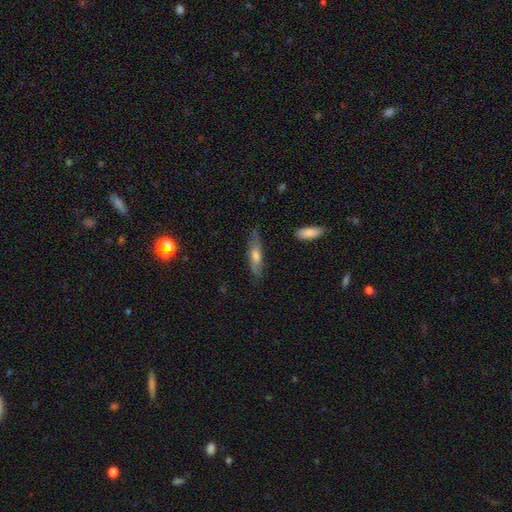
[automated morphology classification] smooth-or-featured: smooth: 49% | featured or disk: 43% | star or artifact: 8%
  merging: none: 77% | minor disturbance: 17% | major disturbance: 4% | merger: 2%